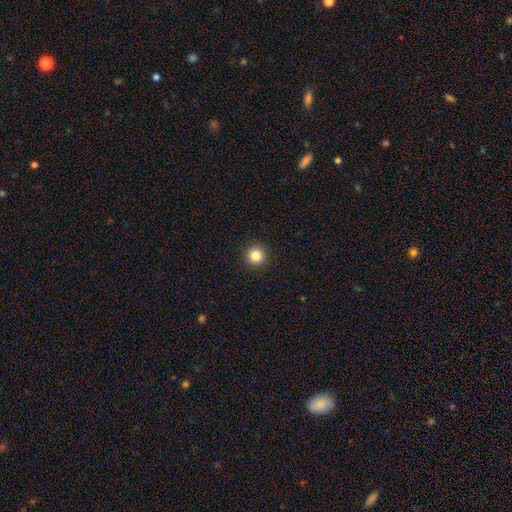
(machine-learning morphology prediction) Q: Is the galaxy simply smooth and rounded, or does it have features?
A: smooth — 85%.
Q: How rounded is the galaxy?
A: round — 96%.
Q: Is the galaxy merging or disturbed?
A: none — 93%.